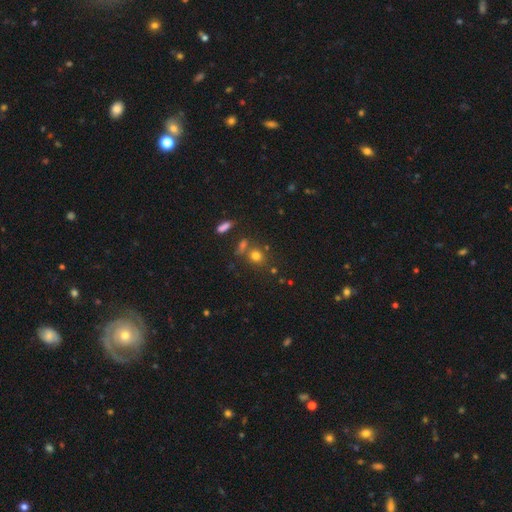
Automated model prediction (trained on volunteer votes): A smooth galaxy with no disk features (73%) that is round (79%).

Vote fractions:
- Smooth or featured? smooth: 73% / star or artifact: 17% / featured or disk: 10%
- How rounded? round: 79% / in between: 19% / cigar-shaped: 2%
- Merging? none: 65% / merger: 19% / minor disturbance: 11% / major disturbance: 5%